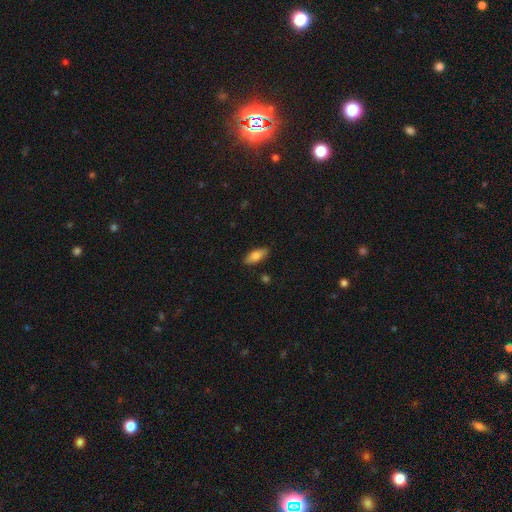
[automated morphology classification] smooth-or-featured: smooth: 78% | featured or disk: 15% | star or artifact: 7%
  how-rounded: in between: 77% | cigar-shaped: 21% | round: 2%
  merging: none: 86% | minor disturbance: 10% | major disturbance: 2% | merger: 1%